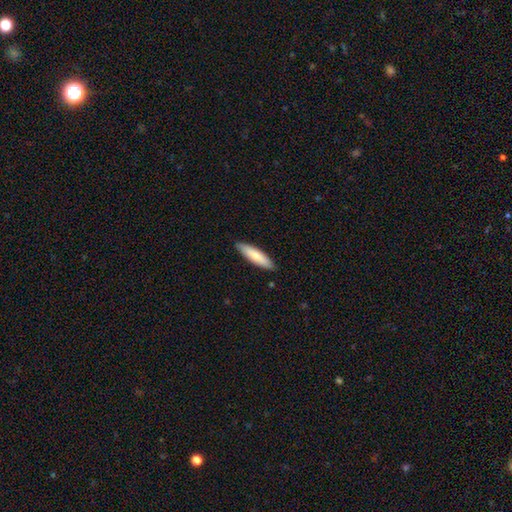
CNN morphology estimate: Overall: smooth (77%). How rounded: cigar-shaped (69%; in between 29%). Merging: none (89%).